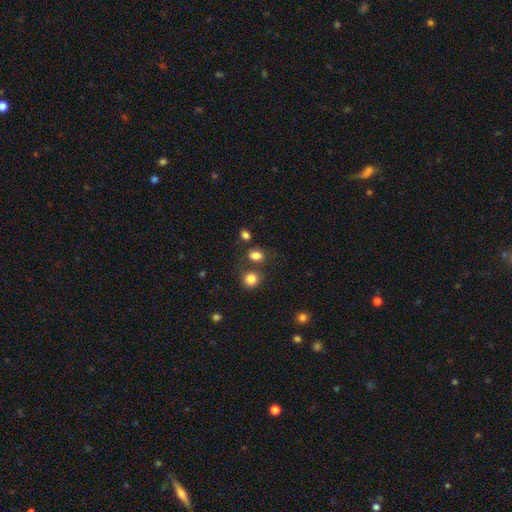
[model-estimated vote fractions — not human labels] This is clearly a smooth galaxy (82%). How rounded: possibly in between (58%). Merging: likely none (64%).